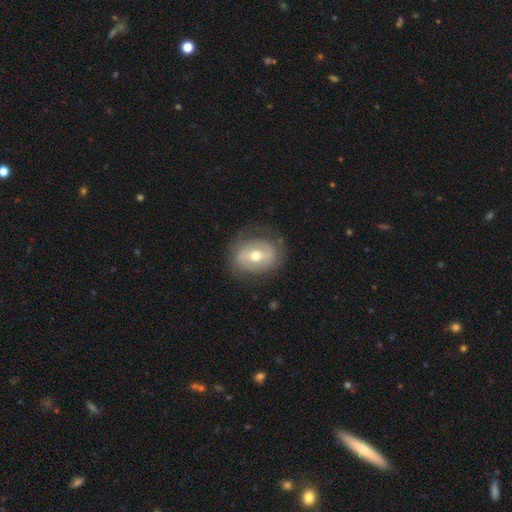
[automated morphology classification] Smooth or featured? Predicted: featured or disk (p=0.54). Edge-on disk? Predicted: no (p=0.93). Bar? Predicted: weak (p=0.37). Spiral arms? Predicted: no (p=0.69). Bulge size? Predicted: moderate (p=0.70). Merging? Predicted: none (p=0.76).